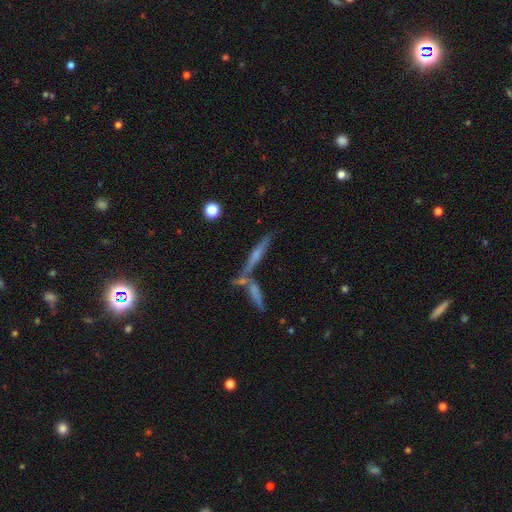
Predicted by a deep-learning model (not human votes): A featured or disk galaxy (55%) viewed edge-on (91%) with a rounded central bulge (51%).

Vote fractions:
- Smooth or featured? featured or disk: 55% / smooth: 34% / star or artifact: 10%
- Edge-on disk? yes: 91% / no: 9%
- Edge-on bulge? rounded: 51% / none: 39% / boxy: 10%
- Merging? none: 60% / merger: 27% / minor disturbance: 9% / major disturbance: 4%